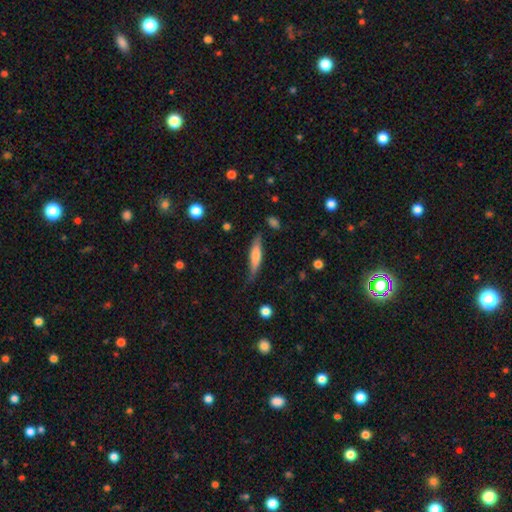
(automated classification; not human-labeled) A smooth galaxy with no disk features (60%) that is cigar-shaped (78%). Merging: none (64%).